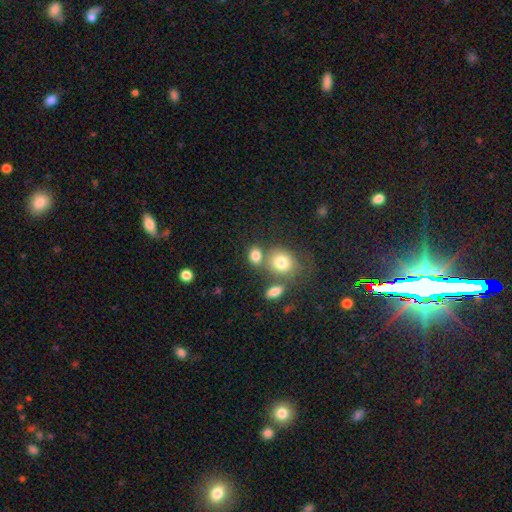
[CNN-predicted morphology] Smooth or featured? smooth (80%)
How rounded? round (50%)
Merging? none (49%)